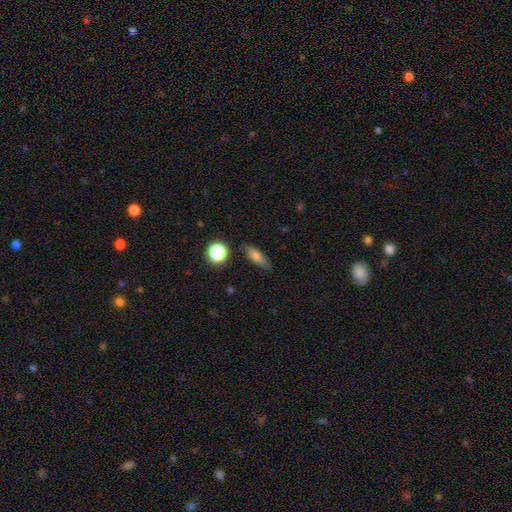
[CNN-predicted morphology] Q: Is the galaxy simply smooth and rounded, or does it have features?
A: smooth — 70%.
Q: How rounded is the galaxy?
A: in between — 54%.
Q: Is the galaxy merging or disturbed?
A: none — 82%.